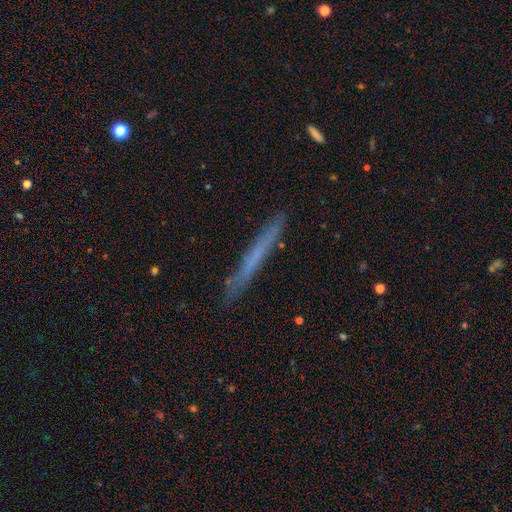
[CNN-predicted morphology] Q: Smooth or featured?
A: smooth (51%); runner-up: featured or disk (41%)
Q: How rounded?
A: cigar-shaped (97%); runner-up: in between (2%)
Q: Merging?
A: none (89%); runner-up: minor disturbance (8%)